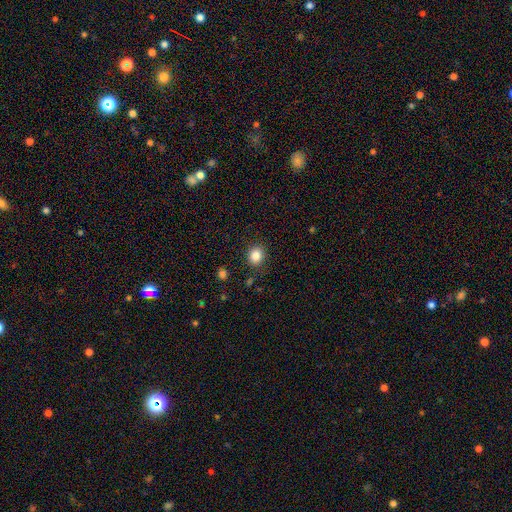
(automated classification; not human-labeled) smooth-or-featured: smooth: 85% | star or artifact: 10% | featured or disk: 4%
  how-rounded: round: 69% | in between: 30% | cigar-shaped: 1%
  merging: none: 87% | minor disturbance: 8% | major disturbance: 3% | merger: 2%